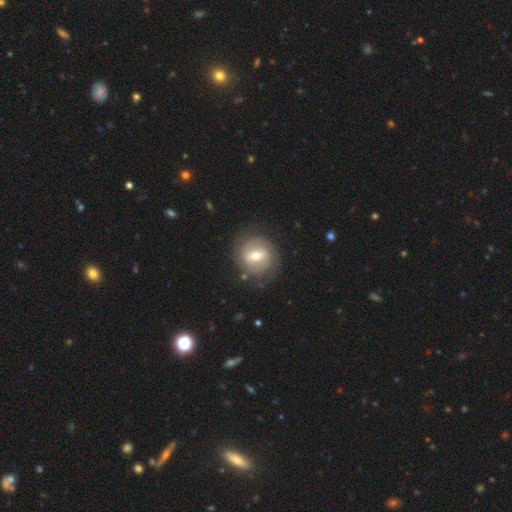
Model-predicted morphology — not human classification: Smooth or featured?
  - featured or disk: 63% *
  - smooth: 31%
  - star or artifact: 6%
Edge-on disk?
  - no: 93% *
  - yes: 7%
Bar?
  - weak: 46% *
  - strong: 40%
  - no: 13%
Spiral arms?
  - yes: 62% *
  - no: 38%
Bulge size?
  - moderate: 62% *
  - small: 31%
  - large: 5%
  - none: 1%
  - dominant: 1%
Merging?
  - none: 78% *
  - minor disturbance: 13%
  - major disturbance: 6%
  - merger: 2%